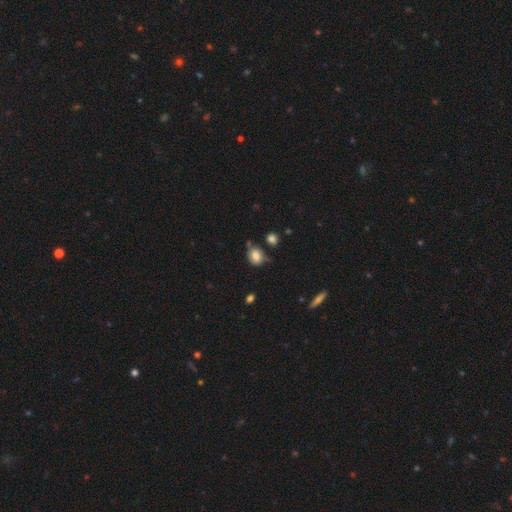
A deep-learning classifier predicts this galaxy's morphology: Q: Smooth or featured?
A: smooth (75%); runner-up: featured or disk (14%)
Q: How rounded?
A: round (50%); runner-up: in between (49%)
Q: Merging?
A: none (54%); runner-up: minor disturbance (28%)